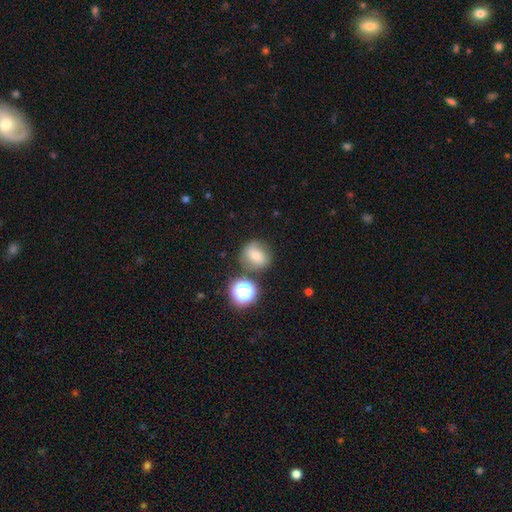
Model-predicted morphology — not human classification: Smooth or featured? Predicted: smooth (p=0.55). How rounded? Predicted: round (p=0.79). Merging? Predicted: none (p=0.73).